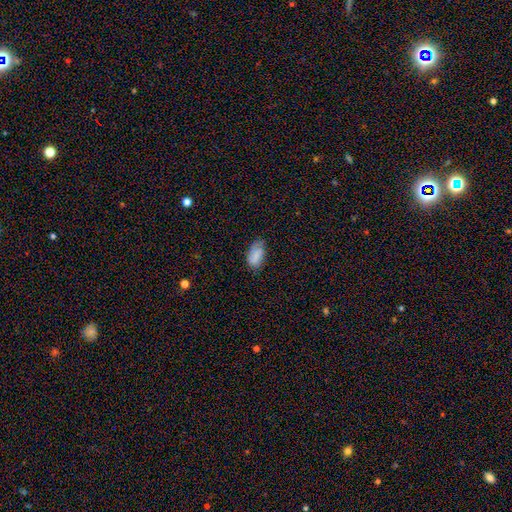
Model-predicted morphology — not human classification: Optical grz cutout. It shows a smooth galaxy with no disk features (76%) that is in between round and cigar-shaped (93%). Merging: none (58%).